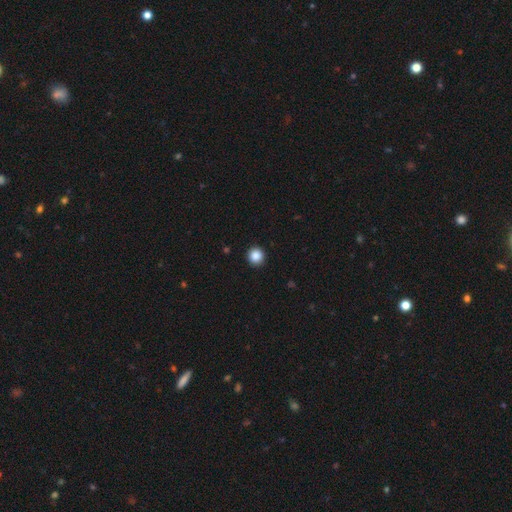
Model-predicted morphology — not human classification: Smooth or featured?
  - smooth: 87% *
  - star or artifact: 10%
  - featured or disk: 3%
How rounded?
  - round: 95% *
  - in between: 4%
  - cigar-shaped: 1%
Merging?
  - none: 93% *
  - minor disturbance: 5%
  - major disturbance: 1%
  - merger: 1%